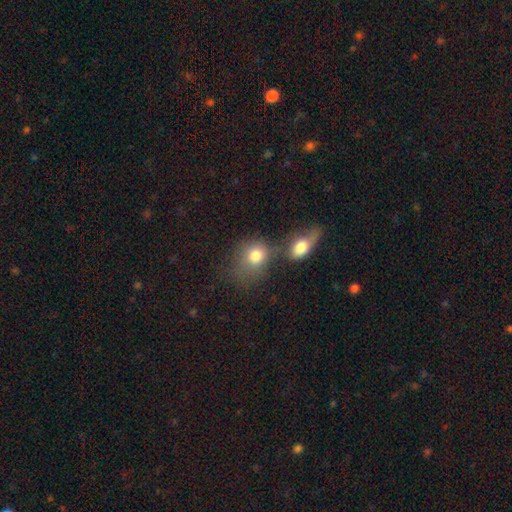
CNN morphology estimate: Smooth or featured? Predicted: smooth (p=0.79). How rounded? Predicted: round (p=0.55). Merging? Predicted: merger (p=0.46).